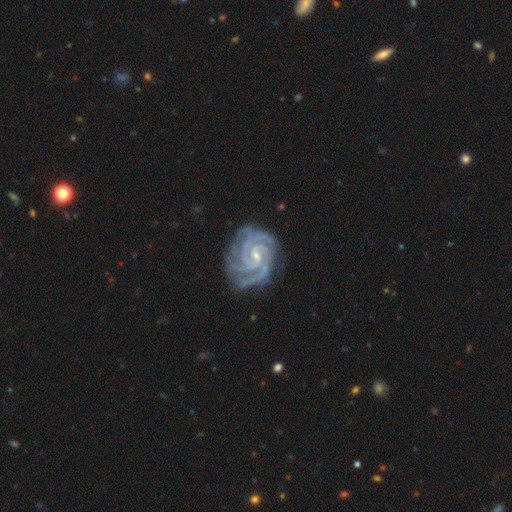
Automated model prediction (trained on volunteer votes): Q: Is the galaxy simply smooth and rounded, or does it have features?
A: featured or disk — 92%.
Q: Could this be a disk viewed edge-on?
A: no — 98%.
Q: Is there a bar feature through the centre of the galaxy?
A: no — 46%.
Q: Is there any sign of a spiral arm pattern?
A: yes — 99%.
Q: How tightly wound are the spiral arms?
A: tight — 75%.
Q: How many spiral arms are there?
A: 2 — 32%, tied with 3.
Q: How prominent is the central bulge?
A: small — 75%.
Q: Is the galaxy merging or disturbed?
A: none — 76%.